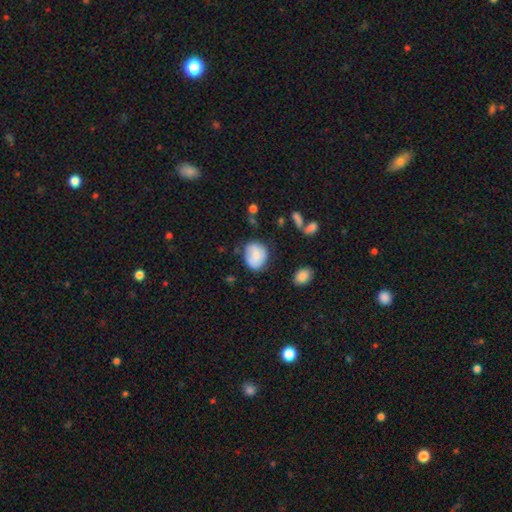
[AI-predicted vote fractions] smooth_or_featured: smooth (p=0.73) [alt: featured or disk p=0.20]
how_rounded: round (p=0.57) [alt: in between p=0.42]
merging: none (p=0.63) [alt: minor disturbance p=0.26]